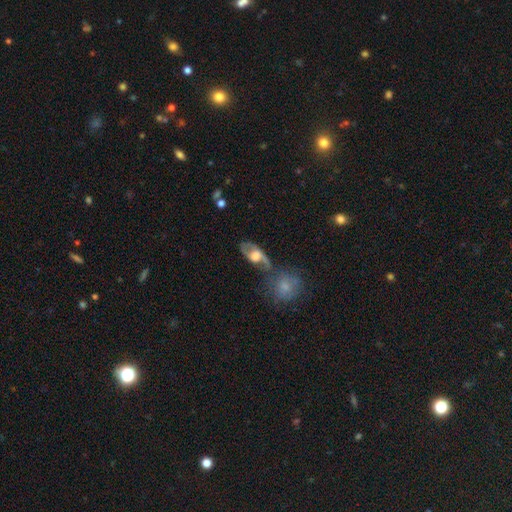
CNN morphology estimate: featured or disk 59%, smooth 34%, star or artifact 7%. Down the decision tree: edge-on disk — no (83%); merging — none (44%).